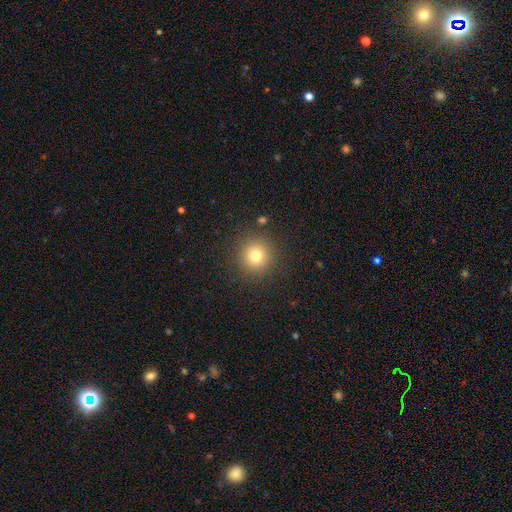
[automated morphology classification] Smooth or featured? smooth (78%)
How rounded? round (94%)
Merging? none (90%)